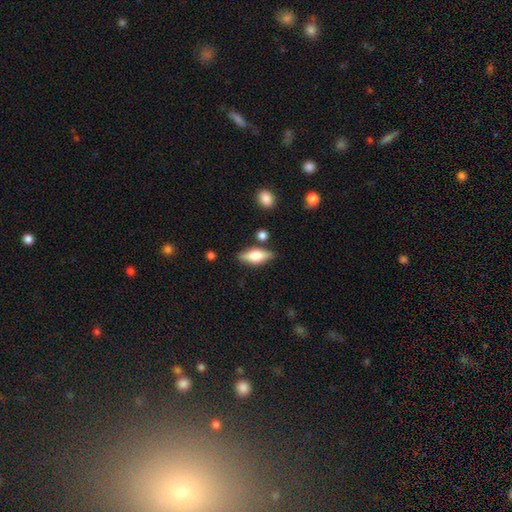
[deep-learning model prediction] Smooth or featured: smooth — 48% (featured or disk — 44%)
Merging: none — 80% (minor disturbance — 12%)